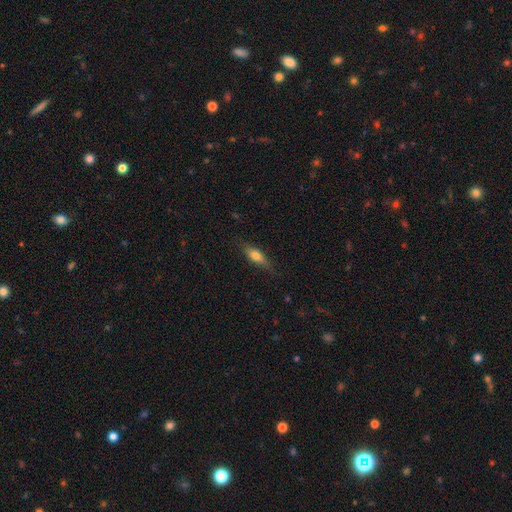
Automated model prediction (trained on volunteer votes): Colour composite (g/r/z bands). It shows a smooth galaxy with no disk features (69%) that is in between round and cigar-shaped (56%). Merging: none (75%).